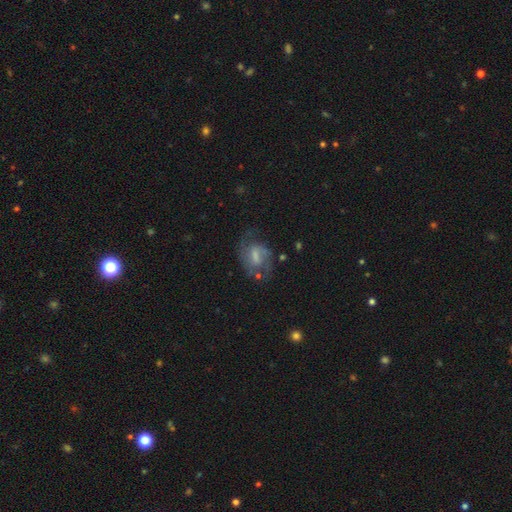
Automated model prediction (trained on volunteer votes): smooth-or-featured: featured or disk: 71% | smooth: 21% | star or artifact: 8%
  disk-edge-on: no: 97% | yes: 3%
    bar: weak: 56% | no: 26% | strong: 18%
    has-spiral-arms: yes: 87% | no: 13%
      spiral-winding: medium: 52% | tight: 25% | loose: 24%
      spiral-arm-count: 2: 73% | can't tell: 12% | 1: 9% | 3: 3% | 4: 1% | more than 4: 1%
    bulge-size: moderate: 36% | small: 31% | none: 22% | large: 10% | dominant: 2%
  merging: none: 57% | minor disturbance: 22% | major disturbance: 18% | merger: 4%